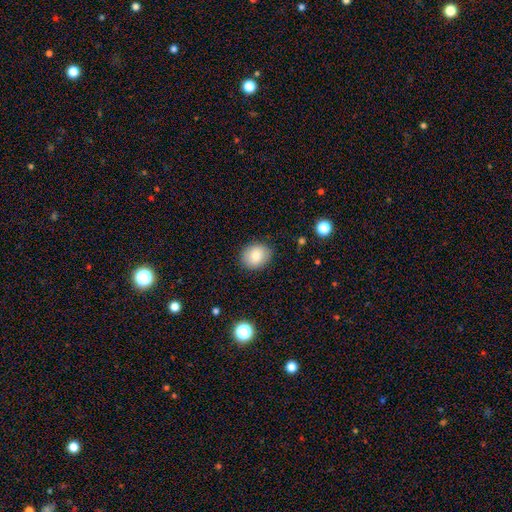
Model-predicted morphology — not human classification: smooth_or_featured: smooth (p=0.80) [alt: featured or disk p=0.11]
how_rounded: round (p=0.62) [alt: in between p=0.37]
merging: none (p=0.87) [alt: minor disturbance p=0.09]